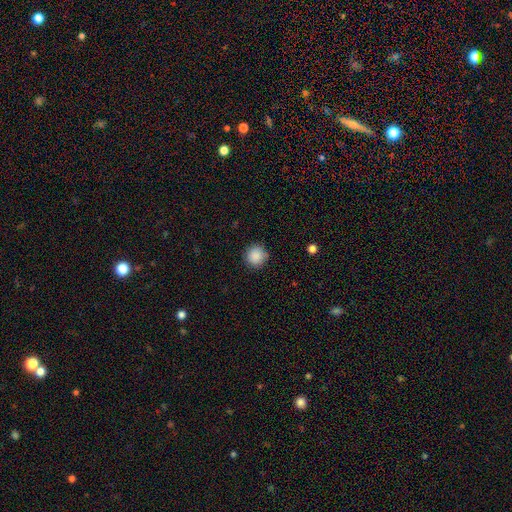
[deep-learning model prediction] smooth_or_featured: smooth (p=0.88) [alt: star or artifact p=0.09]
how_rounded: round (p=0.94) [alt: in between p=0.05]
merging: none (p=0.86) [alt: minor disturbance p=0.10]